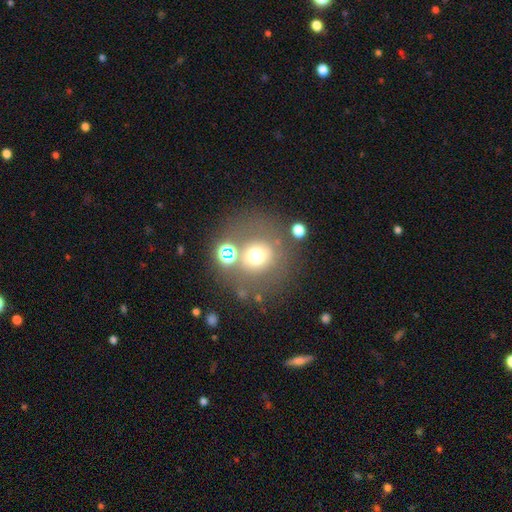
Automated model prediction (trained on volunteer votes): Q: Smooth or featured?
A: smooth (63%); runner-up: star or artifact (20%)
Q: How rounded?
A: round (89%); runner-up: in between (10%)
Q: Merging?
A: none (69%); runner-up: minor disturbance (11%)